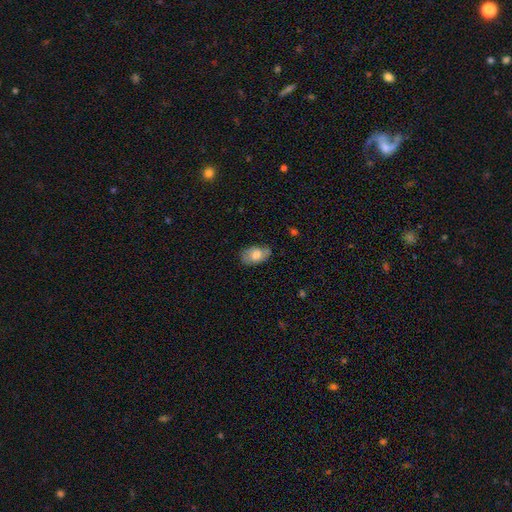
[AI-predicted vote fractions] Morphology: type=smooth (67%); roundness=in between (91%); merging=none (68%).